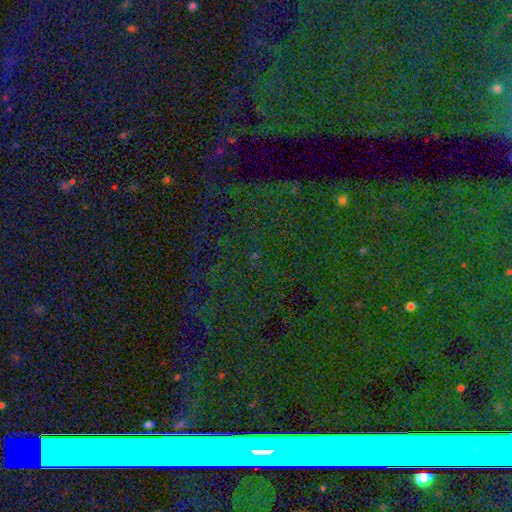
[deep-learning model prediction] This is clearly a star or artifact rather than a galaxy (85%).